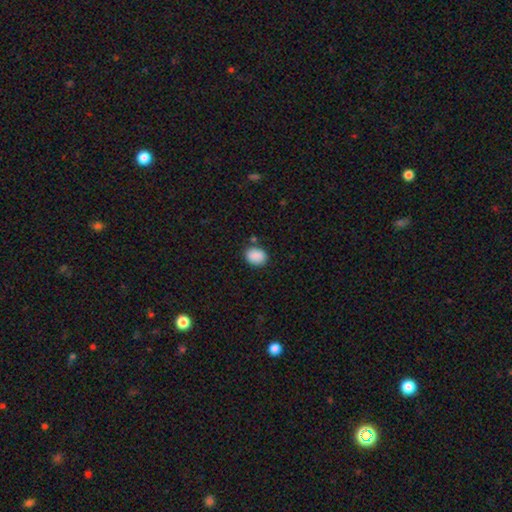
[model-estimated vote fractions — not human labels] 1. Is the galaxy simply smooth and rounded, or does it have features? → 89% smooth, 8% star or artifact, 3% featured or disk.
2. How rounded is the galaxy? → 56% in between, 43% round, 1% cigar-shaped.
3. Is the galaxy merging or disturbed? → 81% none, 12% minor disturbance, 4% merger, 3% major disturbance.